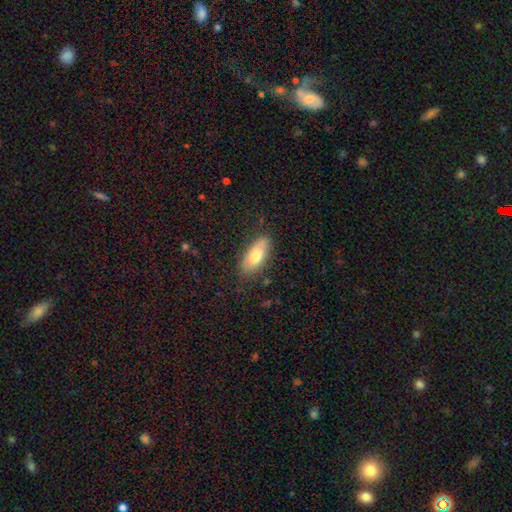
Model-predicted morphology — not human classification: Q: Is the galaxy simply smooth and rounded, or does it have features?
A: smooth — 71%.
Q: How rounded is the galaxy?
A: in between — 83%.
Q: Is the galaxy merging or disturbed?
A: none — 78%.